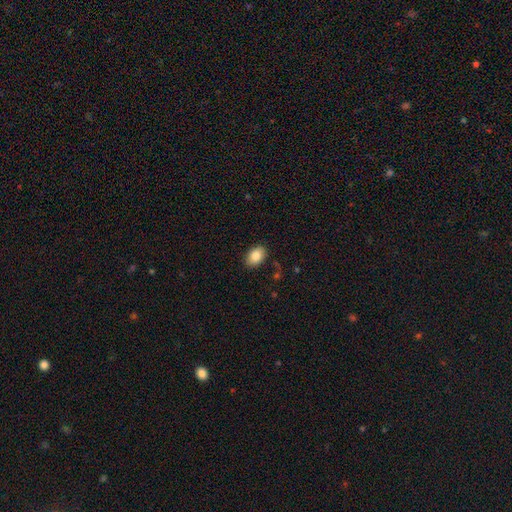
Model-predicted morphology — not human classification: A smooth galaxy with no disk features (87%) that is in between round and cigar-shaped (84%).

Vote fractions:
- Smooth or featured? smooth: 87% / star or artifact: 8% / featured or disk: 6%
- How rounded? in between: 84% / round: 14% / cigar-shaped: 1%
- Merging? none: 86% / minor disturbance: 10% / major disturbance: 3% / merger: 1%